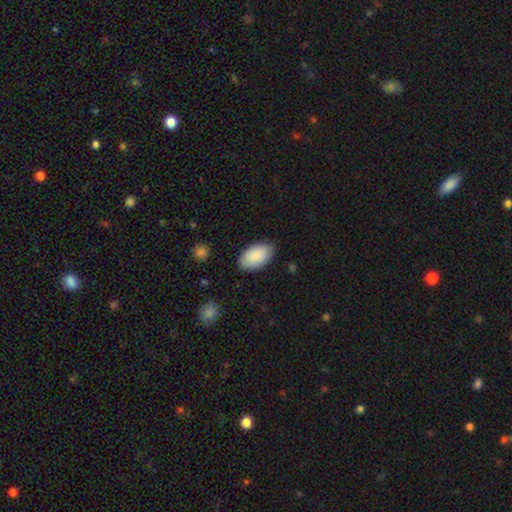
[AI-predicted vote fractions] Smooth or featured? smooth (87%)
How rounded? in between (95%)
Merging? none (84%)